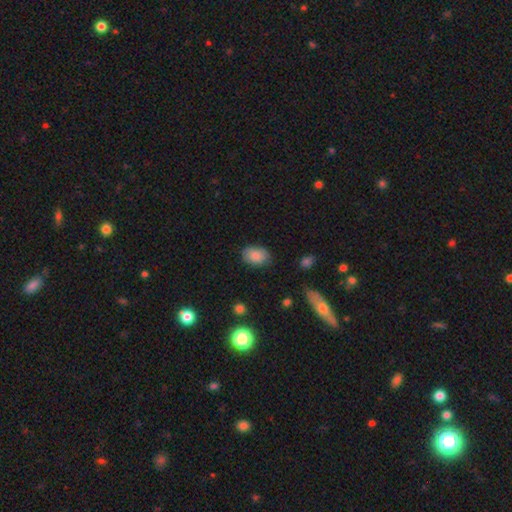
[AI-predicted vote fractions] smooth 82%, featured or disk 10%, star or artifact 8%. Down the decision tree: how rounded — in between (81%); merging — none (76%).